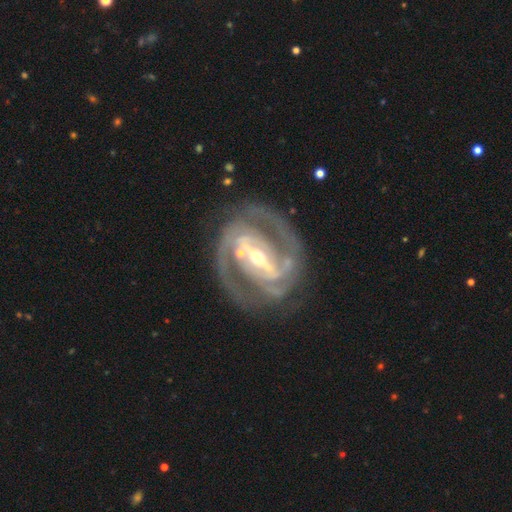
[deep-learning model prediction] Smooth or featured? Predicted: featured or disk (p=0.92). Edge-on disk? Predicted: no (p=0.96). Bar? Predicted: strong (p=0.71). Spiral arms? Predicted: yes (p=0.98). Spiral winding? Predicted: tight (p=0.50). Spiral arm count? Predicted: 2 (p=0.72). Bulge size? Predicted: small (p=0.51). Merging? Predicted: none (p=0.72).